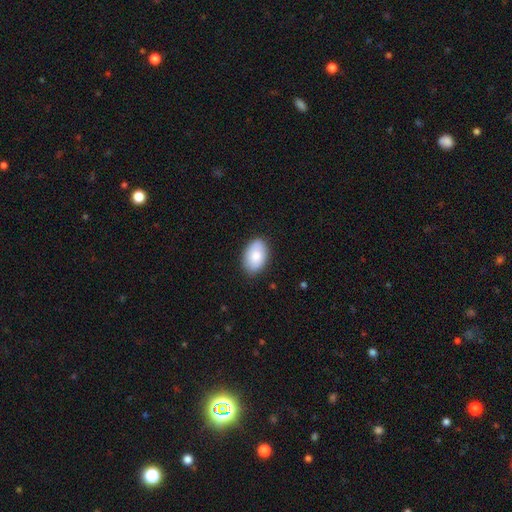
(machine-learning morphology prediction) Q: Smooth or featured?
A: smooth (83%); runner-up: featured or disk (11%)
Q: How rounded?
A: in between (90%); runner-up: round (9%)
Q: Merging?
A: none (86%); runner-up: minor disturbance (11%)